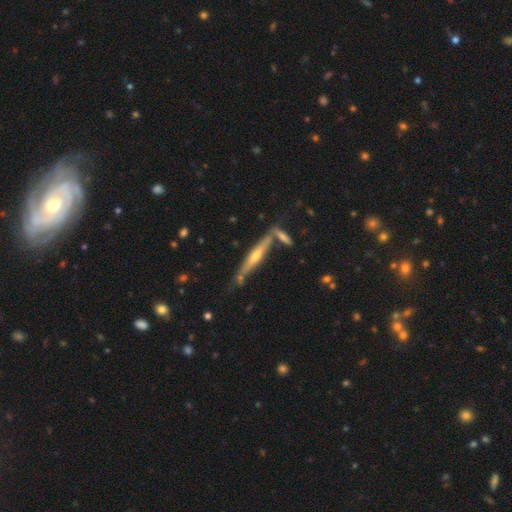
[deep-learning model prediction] A featured or disk galaxy (73%) viewed edge-on (95%) with a rounded central bulge (82%). Merging: none (73%).